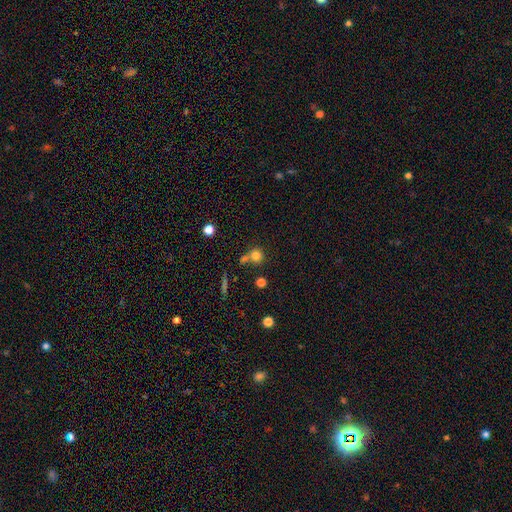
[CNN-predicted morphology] This appears to be a smooth galaxy with no disk features (78%) that is round (90%). Merging: none (57%).